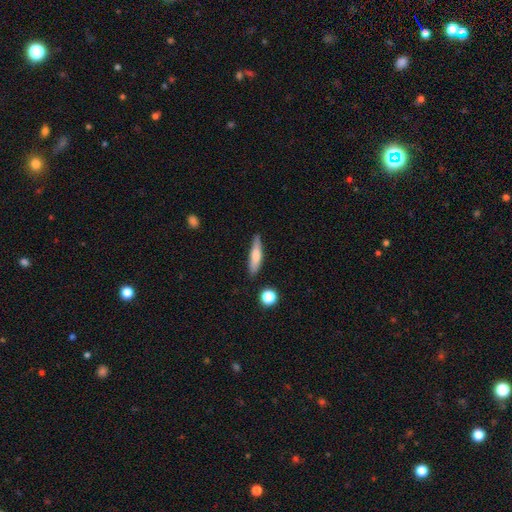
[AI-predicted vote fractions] Overall: smooth (67%). How rounded: cigar-shaped (80%). Merging: none (79%).